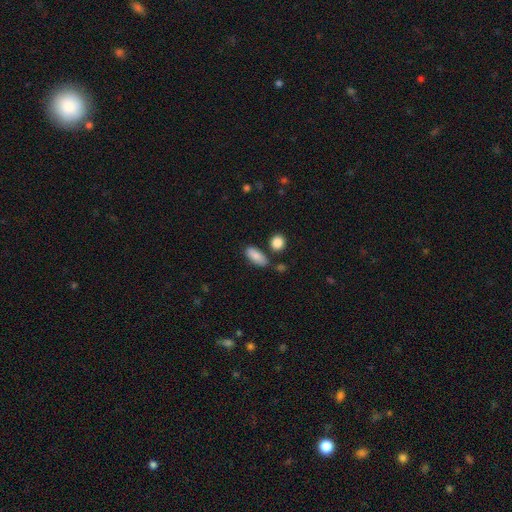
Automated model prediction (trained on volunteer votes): Smooth or featured?
  - smooth: 85% *
  - featured or disk: 8%
  - star or artifact: 7%
How rounded?
  - in between: 83% *
  - cigar-shaped: 14%
  - round: 4%
Merging?
  - none: 72% *
  - minor disturbance: 16%
  - merger: 8%
  - major disturbance: 4%